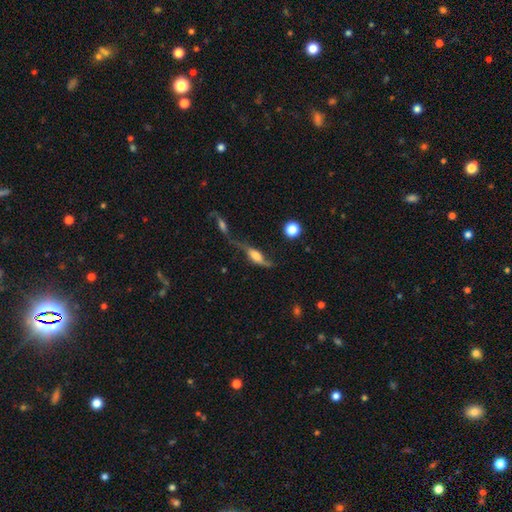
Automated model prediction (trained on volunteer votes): smooth-or-featured: featured or disk: 61% | smooth: 29% | star or artifact: 10%
  disk-edge-on: no: 64% | yes: 36%
  merging: merger: 36% | none: 26% | major disturbance: 23% | minor disturbance: 16%